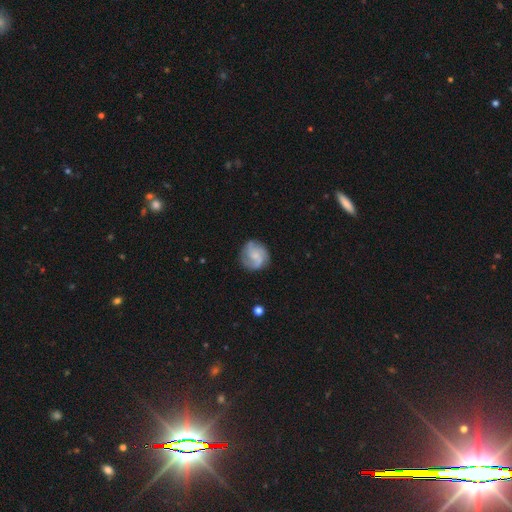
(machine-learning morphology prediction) Smooth or featured? featured or disk (72%)
Edge-on disk? no (98%)
Bar? no (65%)
Spiral arms? yes (94%)
Spiral winding? medium (47%)
Spiral arm count? 3 (46%)
Bulge size? small (59%)
Merging? none (78%)